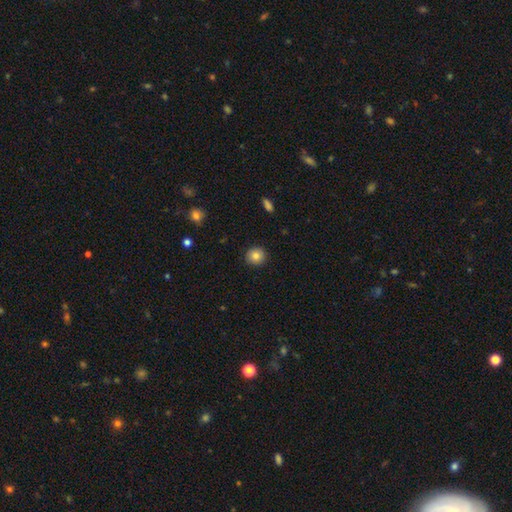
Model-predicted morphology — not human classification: smooth_or_featured: smooth (p=0.83) [alt: star or artifact p=0.10]
how_rounded: round (p=0.92) [alt: in between p=0.07]
merging: none (p=0.91) [alt: minor disturbance p=0.06]